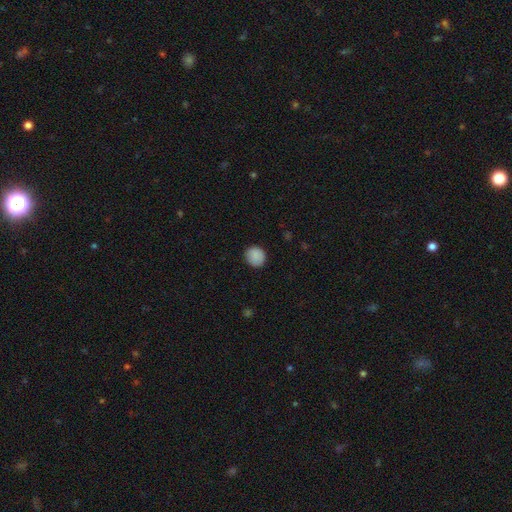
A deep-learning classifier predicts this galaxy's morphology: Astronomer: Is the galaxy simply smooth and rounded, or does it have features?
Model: smooth — 89%.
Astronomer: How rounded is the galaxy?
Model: round — 88%.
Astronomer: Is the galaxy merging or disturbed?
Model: none — 88%.